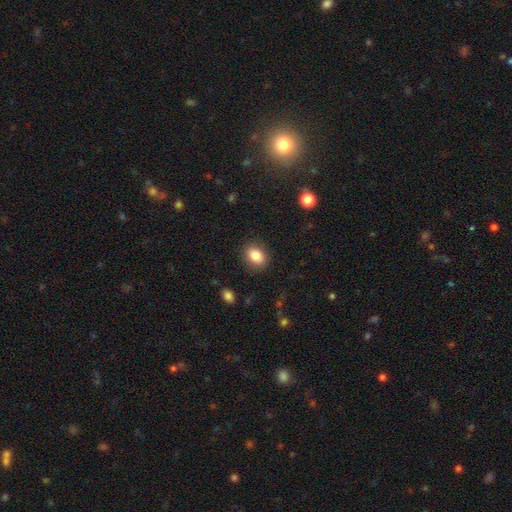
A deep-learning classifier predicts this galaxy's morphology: Smooth or featured: smooth — 85% (star or artifact — 9%)
How rounded: in between — 62% (round — 37%)
Merging: none — 87% (minor disturbance — 9%)